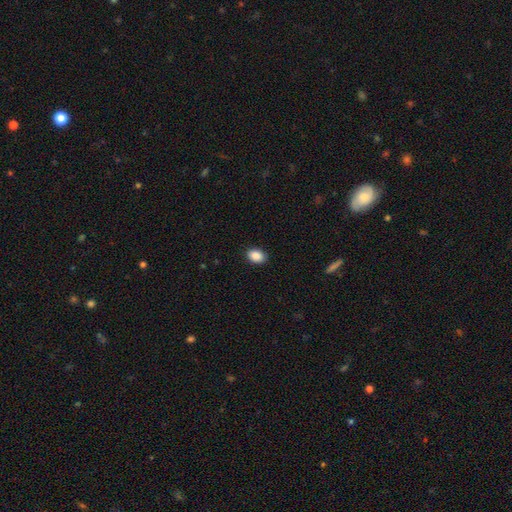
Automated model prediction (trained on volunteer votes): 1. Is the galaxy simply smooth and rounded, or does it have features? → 89% smooth, 8% star or artifact, 3% featured or disk.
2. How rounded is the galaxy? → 76% in between, 23% round, 1% cigar-shaped.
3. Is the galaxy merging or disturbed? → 90% none, 7% minor disturbance, 2% major disturbance, 1% merger.